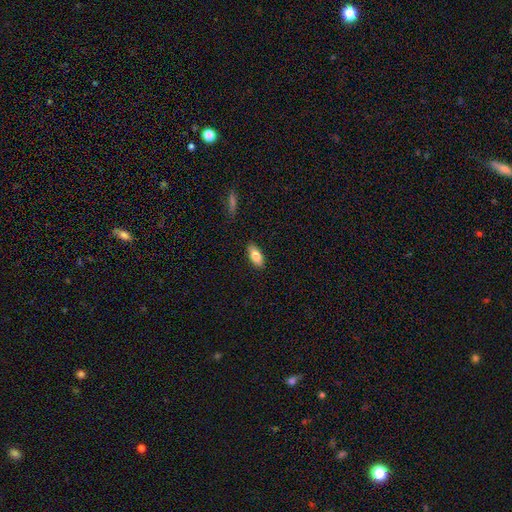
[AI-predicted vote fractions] Smooth or featured? Predicted: smooth (p=0.83). How rounded? Predicted: in between (p=0.84). Merging? Predicted: none (p=0.88).